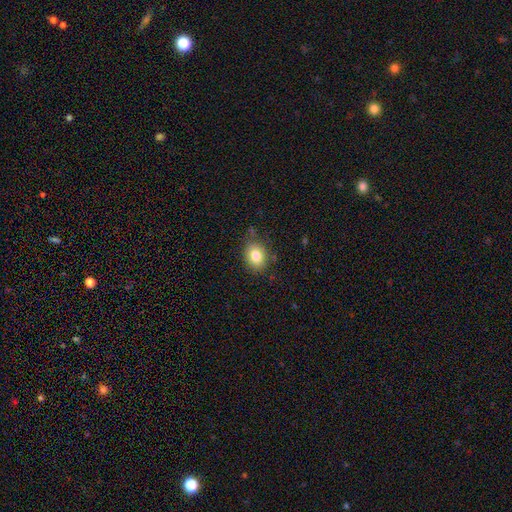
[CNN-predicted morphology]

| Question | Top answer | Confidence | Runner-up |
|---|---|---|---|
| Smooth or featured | smooth | 81% | star or artifact (10%) |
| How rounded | in between | 55% | round (44%) |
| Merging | none | 80% | minor disturbance (14%) |